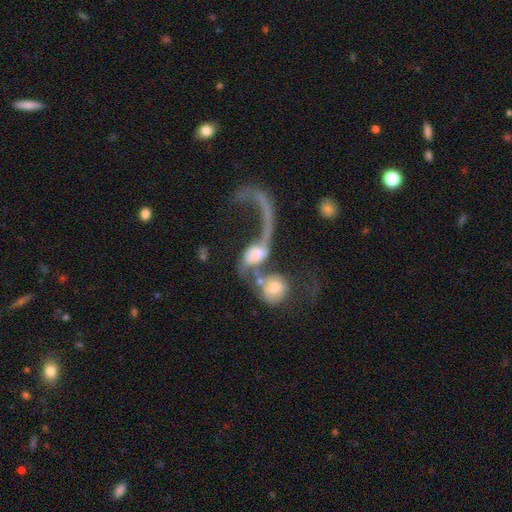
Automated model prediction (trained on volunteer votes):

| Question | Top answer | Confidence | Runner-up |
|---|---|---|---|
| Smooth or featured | featured or disk | 61% | star or artifact (20%) |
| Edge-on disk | no | 93% | yes (7%) |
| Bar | no | 57% | weak (28%) |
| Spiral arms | yes | 66% | no (34%) |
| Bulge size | moderate | 35% | small (30%) |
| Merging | merger | 55% | none (19%) |